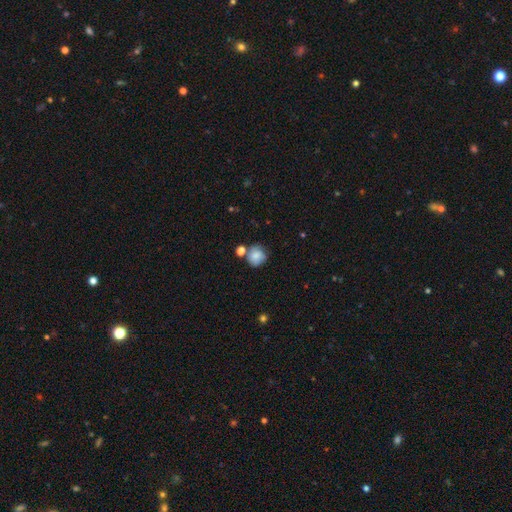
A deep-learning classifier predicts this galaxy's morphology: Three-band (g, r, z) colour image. It shows a smooth galaxy with no disk features (79%) that is round (84%). Merging: none (57%).